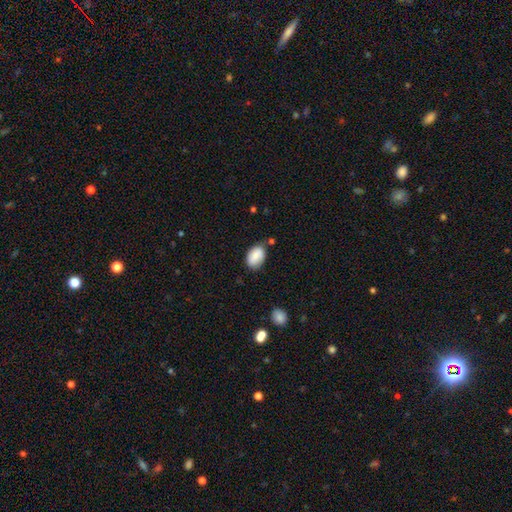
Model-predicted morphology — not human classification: A smooth galaxy with no disk features (83%) that is in between round and cigar-shaped (87%). Merging: none (64%).